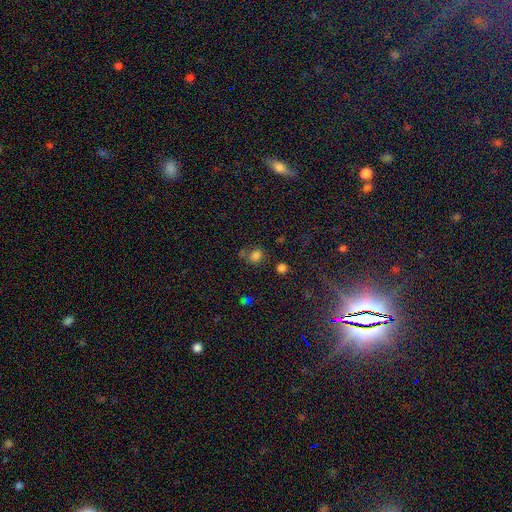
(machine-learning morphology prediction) smooth-or-featured: smooth: 75% | star or artifact: 19% | featured or disk: 6%
  how-rounded: round: 56% | in between: 43% | cigar-shaped: 1%
  merging: none: 62% | merger: 18% | minor disturbance: 14% | major disturbance: 6%